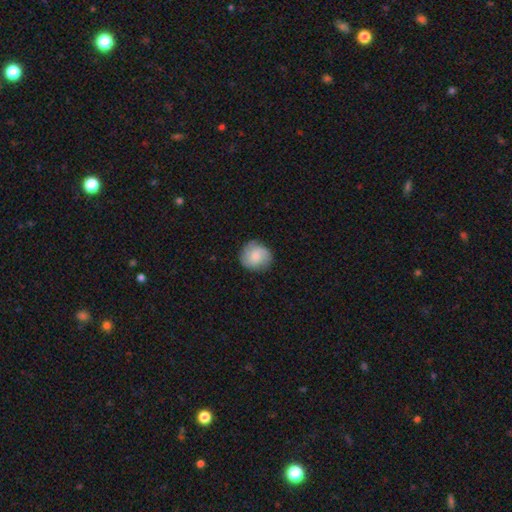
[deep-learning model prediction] smooth 65%, featured or disk 28%, star or artifact 7%. Down the decision tree: how rounded — round (89%); merging — none (82%).